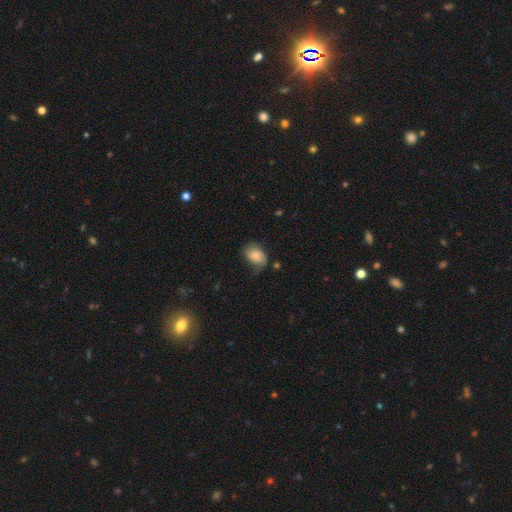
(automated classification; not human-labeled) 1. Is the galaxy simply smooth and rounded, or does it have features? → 75% smooth, 17% featured or disk, 8% star or artifact.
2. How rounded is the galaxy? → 77% in between, 22% round, 1% cigar-shaped.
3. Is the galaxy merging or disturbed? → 53% none, 33% minor disturbance, 12% major disturbance, 2% merger.